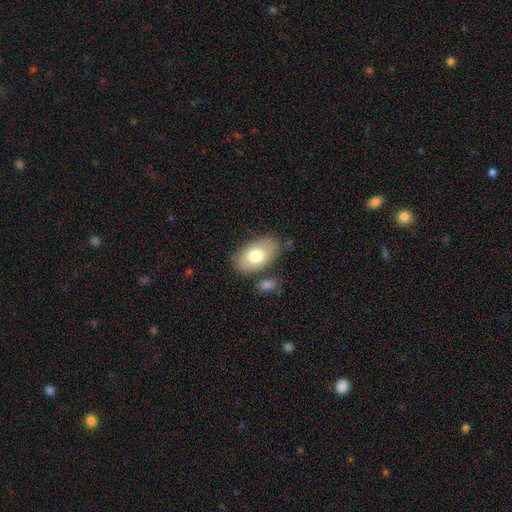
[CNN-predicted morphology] A smooth galaxy with no disk features (74%) that is in between round and cigar-shaped (93%). Merging: none (75%).